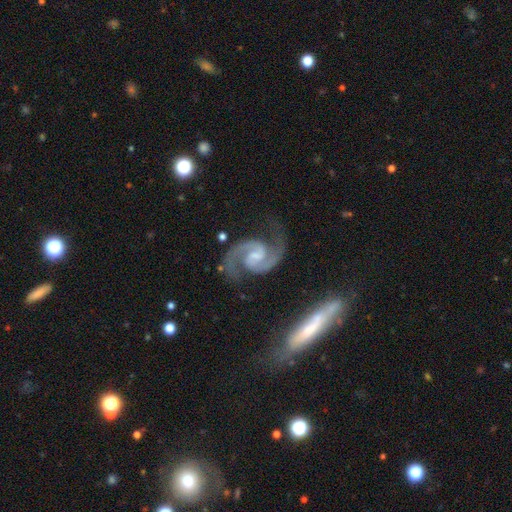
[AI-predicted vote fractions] This appears to be a featured or disk galaxy (94%) with a weak bar (49%), 2 (94%) medium (66%) spiral arms (99%) and a small central bulge (47%). Merging: none (78%).